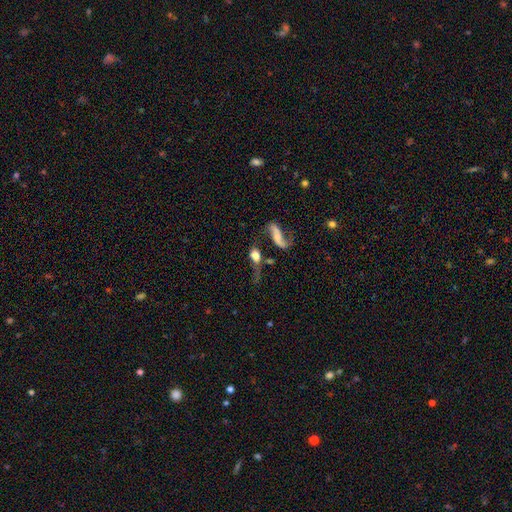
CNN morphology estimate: Smooth or featured: smooth — 50% (featured or disk — 37%)
How rounded: in between — 62% (round — 23%)
Merging: none — 29% (tied with merger — 29%)